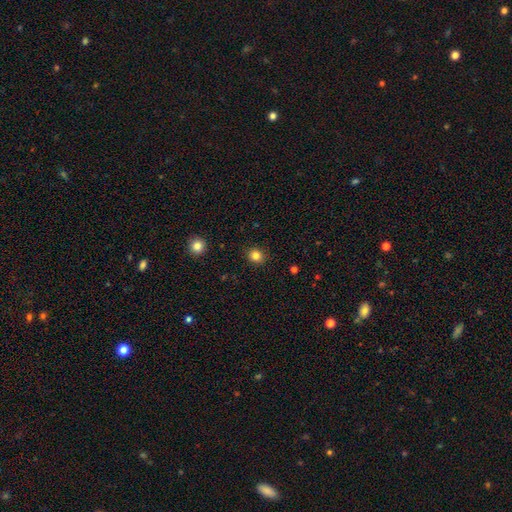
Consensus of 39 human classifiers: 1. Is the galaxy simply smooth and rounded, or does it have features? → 92% smooth, 5% featured or disk, 3% star or artifact.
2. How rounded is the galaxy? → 89% round, 11% in between, 0% cigar-shaped.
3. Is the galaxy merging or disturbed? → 92% none, 5% merger, 3% minor disturbance, 0% major disturbance.